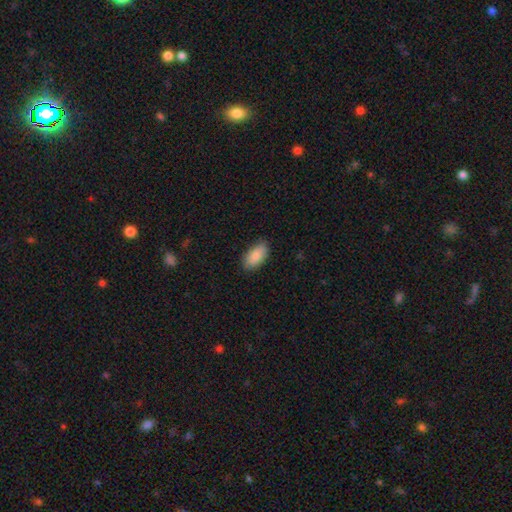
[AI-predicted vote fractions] Morphology: type=smooth (86%); roundness=in between (93%); merging=none (83%).